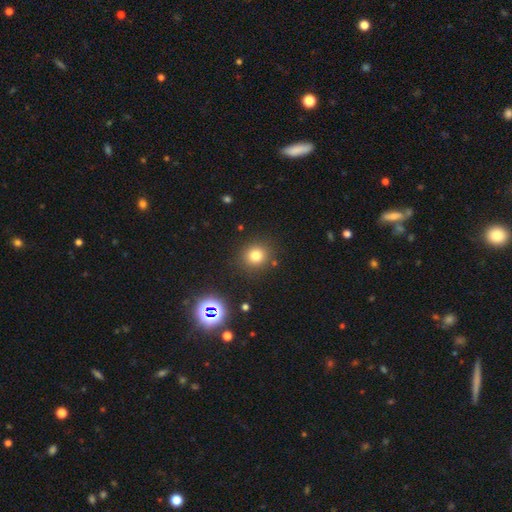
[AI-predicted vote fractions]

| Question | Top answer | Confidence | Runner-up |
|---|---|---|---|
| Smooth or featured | smooth | 76% | star or artifact (17%) |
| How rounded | round | 88% | in between (11%) |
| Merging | none | 87% | minor disturbance (8%) |